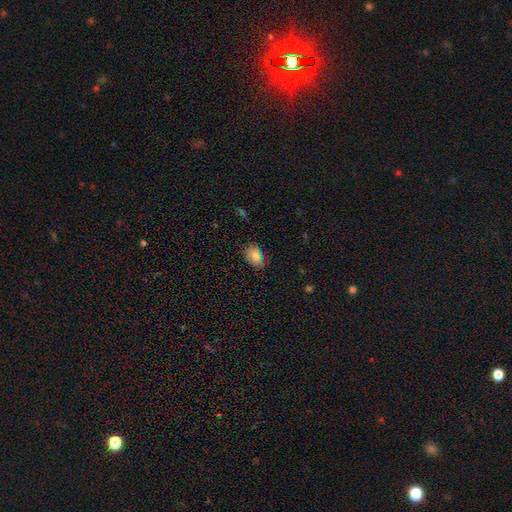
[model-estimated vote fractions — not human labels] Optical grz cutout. It shows a smooth galaxy with no disk features (82%) that is in between round and cigar-shaped (76%). Merging: none (74%).